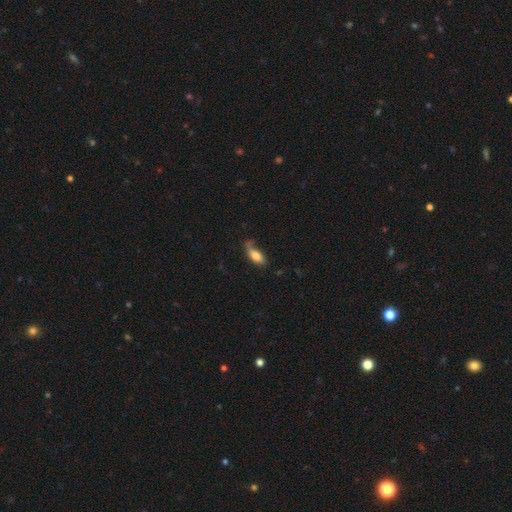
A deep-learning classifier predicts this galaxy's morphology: smooth 74%, featured or disk 19%, star or artifact 7%. Down the decision tree: how rounded — in between (81%); merging — none (46%).